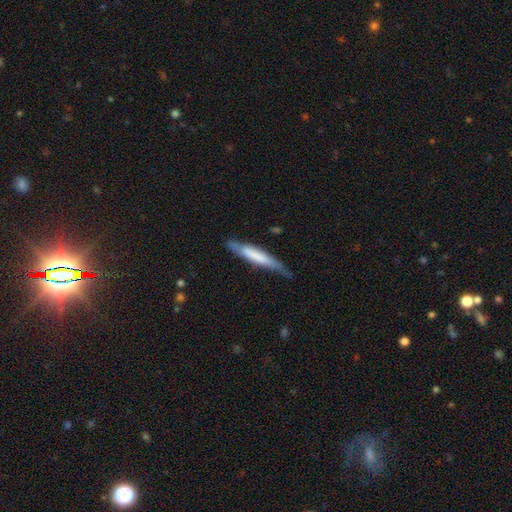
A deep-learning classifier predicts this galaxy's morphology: This appears to be a smooth galaxy with no disk features (56%) that is cigar-shaped (91%). Merging: none (66%).